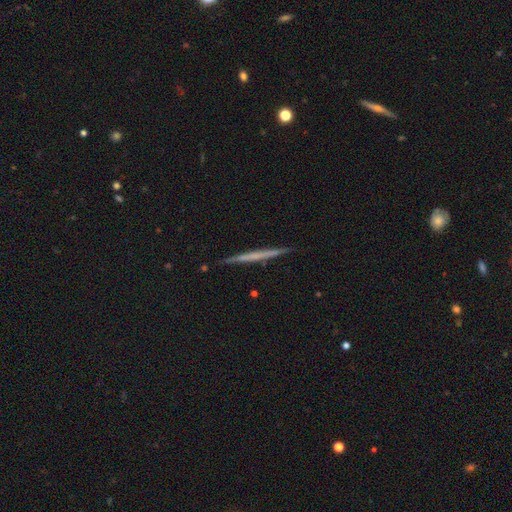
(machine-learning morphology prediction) Smooth or featured? featured or disk (55%)
Edge-on disk? yes (98%)
Edge-on bulge? none (90%)
Merging? none (91%)